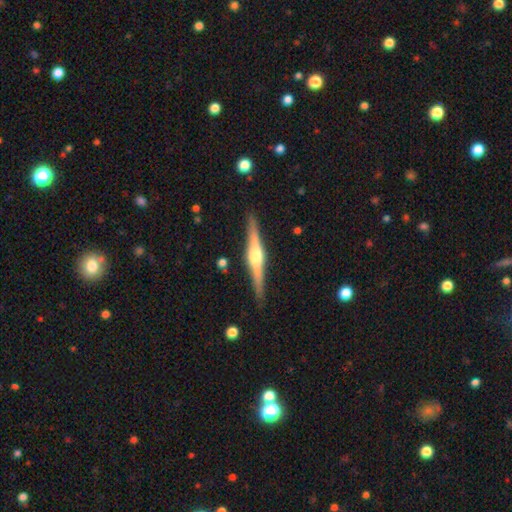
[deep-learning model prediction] Overall: featured or disk (77%). Edge-on disk: yes (98%). Edge-on bulge: rounded (90%). Merging: none (90%).